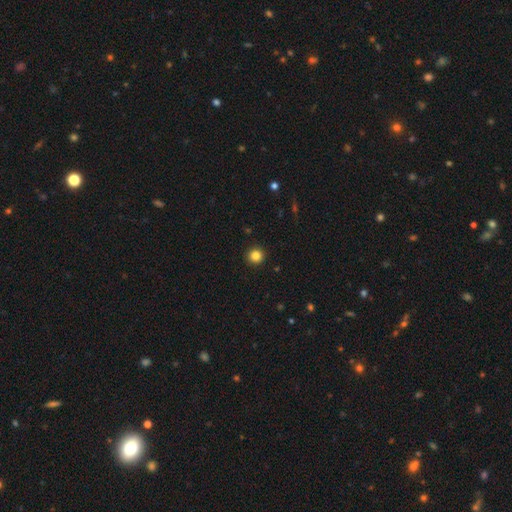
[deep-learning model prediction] Smooth or featured: smooth — 84% (star or artifact — 12%)
How rounded: round — 94% (in between — 5%)
Merging: none — 93% (minor disturbance — 4%)